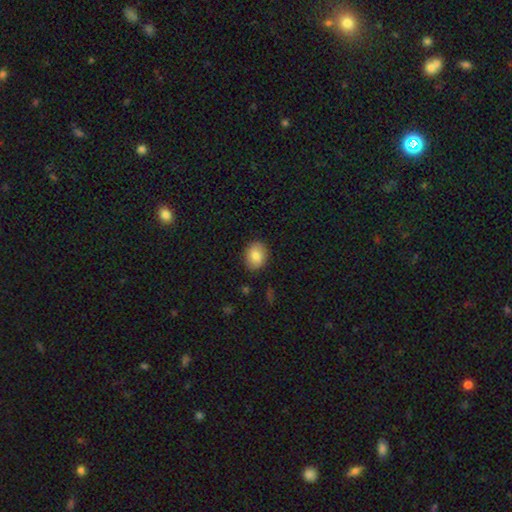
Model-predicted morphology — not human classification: Smooth or featured? smooth (81%)
How rounded? in between (58%)
Merging? none (87%)